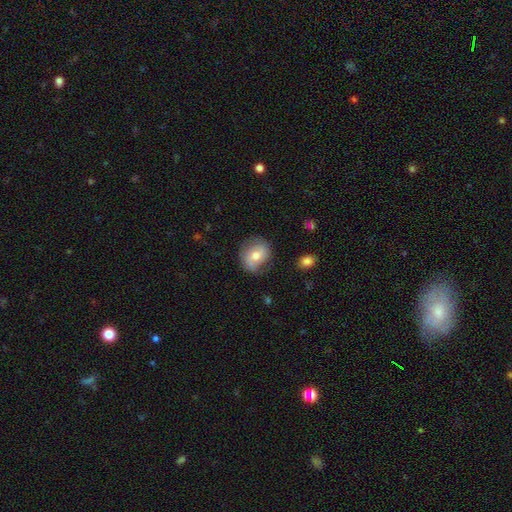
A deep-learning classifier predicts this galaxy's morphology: smooth-or-featured: smooth: 51% | featured or disk: 42% | star or artifact: 8%
  how-rounded: round: 59% | in between: 40% | cigar-shaped: 1%
  merging: none: 68% | minor disturbance: 23% | major disturbance: 8% | merger: 2%